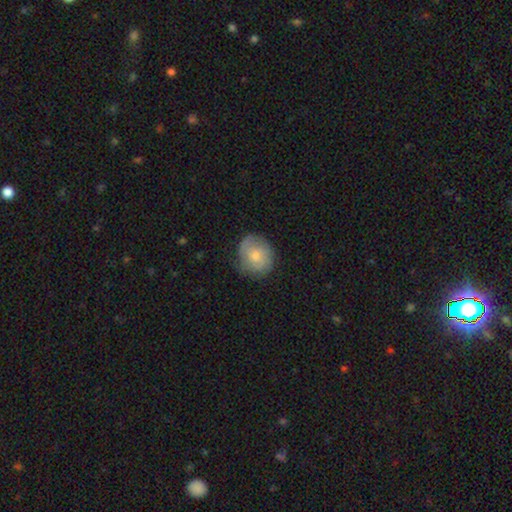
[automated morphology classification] A smooth galaxy with no disk features (63%) that is round (78%).

Vote fractions:
- Smooth or featured? smooth: 63% / featured or disk: 30% / star or artifact: 7%
- How rounded? round: 78% / in between: 21% / cigar-shaped: 1%
- Merging? none: 70% / minor disturbance: 23% / major disturbance: 6% / merger: 1%